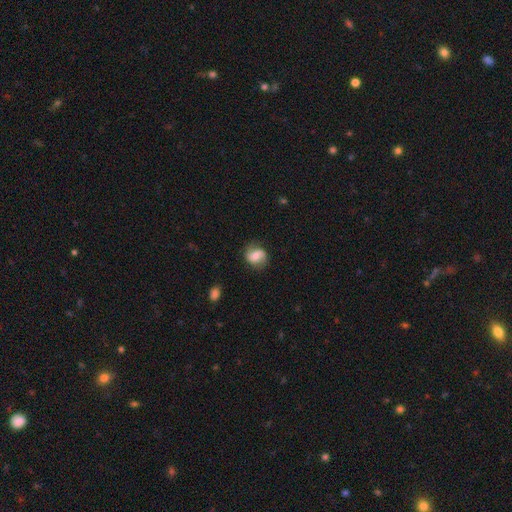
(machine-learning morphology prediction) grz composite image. It shows a featured or disk galaxy (49%). Merging: none (74%).